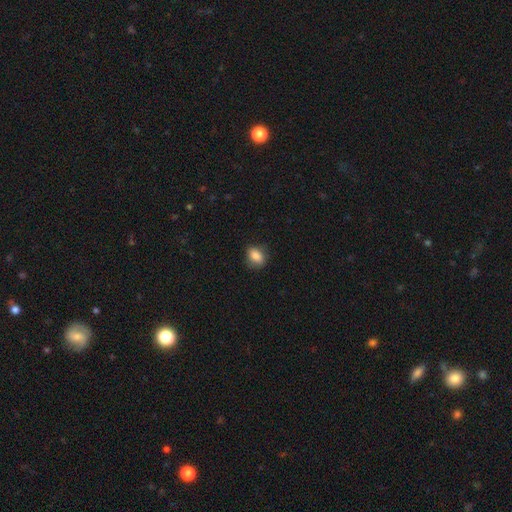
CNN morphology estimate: Smooth or featured?
  - smooth: 85% *
  - star or artifact: 9%
  - featured or disk: 6%
How rounded?
  - in between: 70% *
  - round: 28%
  - cigar-shaped: 2%
Merging?
  - none: 76% *
  - minor disturbance: 19%
  - major disturbance: 4%
  - merger: 1%